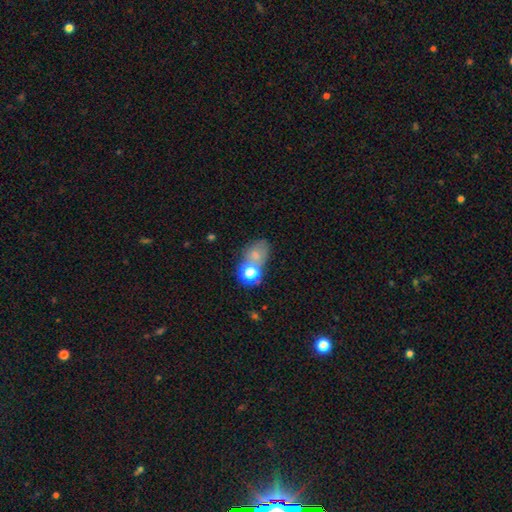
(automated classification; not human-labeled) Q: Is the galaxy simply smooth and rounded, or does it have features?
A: smooth — 64%.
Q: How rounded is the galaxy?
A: in between — 59%.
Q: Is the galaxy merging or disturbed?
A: none — 44%.